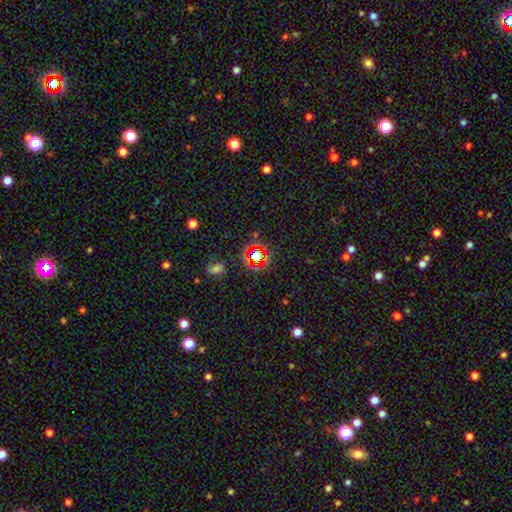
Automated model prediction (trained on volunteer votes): Overall: star or artifact (65%).